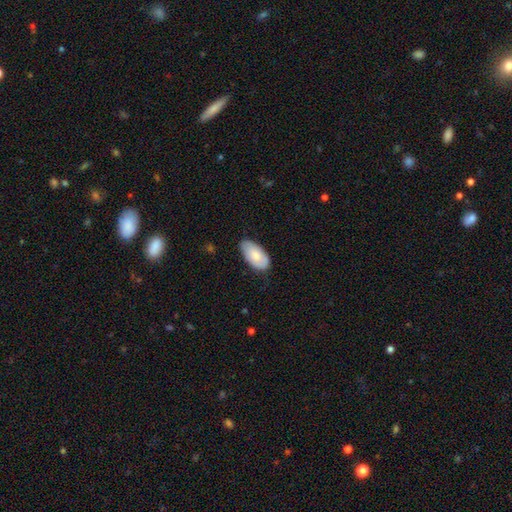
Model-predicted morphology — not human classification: Smooth or featured: smooth — 78% (featured or disk — 16%)
How rounded: in between — 95% (round — 2%)
Merging: none — 71% (minor disturbance — 24%)